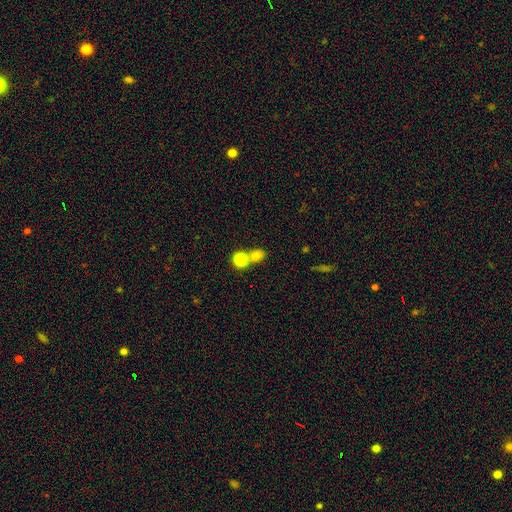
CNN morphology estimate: The model was most divided on "merging": merger: 48%, none: 42%, minor disturbance: 7%, major disturbance: 4%. More confident: smooth or featured — smooth (76%); how rounded — round (64%).